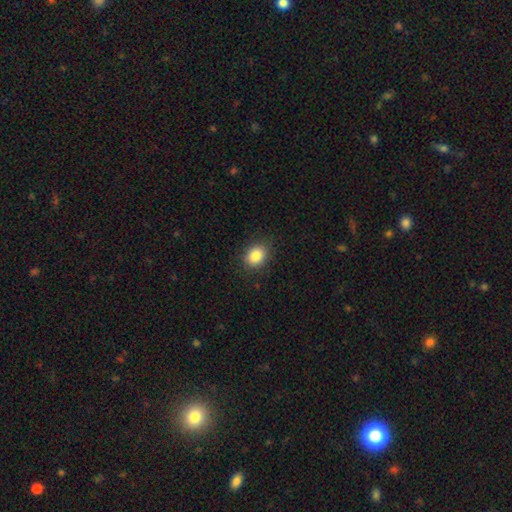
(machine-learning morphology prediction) This appears to be a smooth galaxy with no disk features (86%) that is in between round and cigar-shaped (58%). Merging: none (87%).